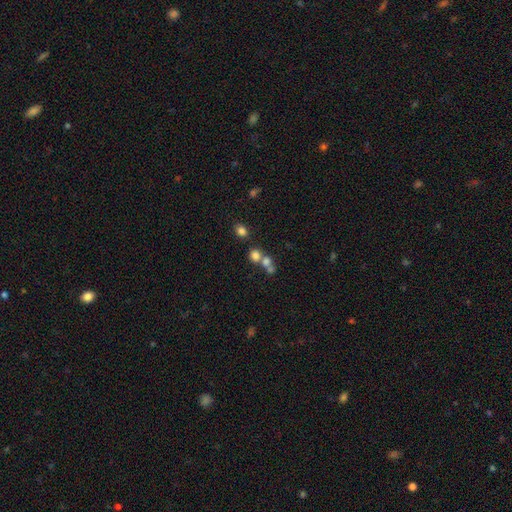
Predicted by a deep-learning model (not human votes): Q: Smooth or featured?
A: smooth (73%); runner-up: star or artifact (15%)
Q: How rounded?
A: round (76%); runner-up: in between (23%)
Q: Merging?
A: merger (47%); runner-up: none (41%)